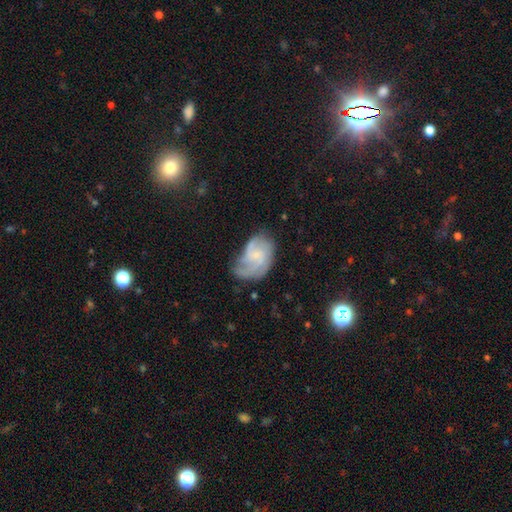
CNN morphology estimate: Smooth or featured?
  - featured or disk: 70% *
  - smooth: 23%
  - star or artifact: 7%
Edge-on disk?
  - no: 98% *
  - yes: 2%
Bar?
  - no: 62% *
  - weak: 34%
  - strong: 5%
Spiral arms?
  - yes: 90% *
  - no: 10%
Spiral winding?
  - medium: 45% *
  - tight: 33%
  - loose: 22%
Spiral arm count?
  - 2: 33% *
  - 3: 27%
  - can't tell: 24%
  - 1: 7%
  - 4: 5%
  - more than 4: 4%
Bulge size?
  - small: 61% *
  - moderate: 18%
  - none: 18%
  - large: 2%
  - dominant: 1%
Merging?
  - none: 46% *
  - minor disturbance: 31%
  - major disturbance: 21%
  - merger: 3%